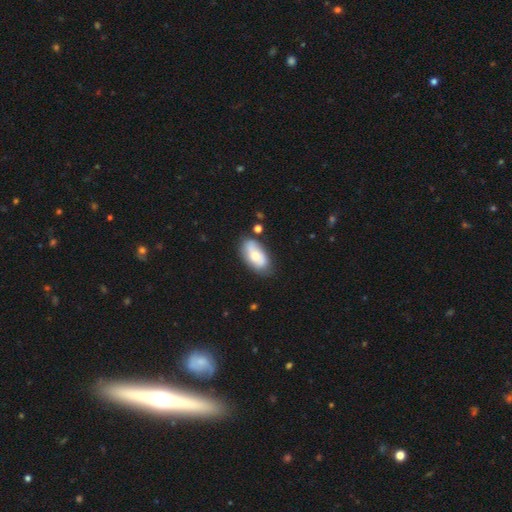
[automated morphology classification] type=smooth (57%); roundness=in between (92%); merging=none (69%).